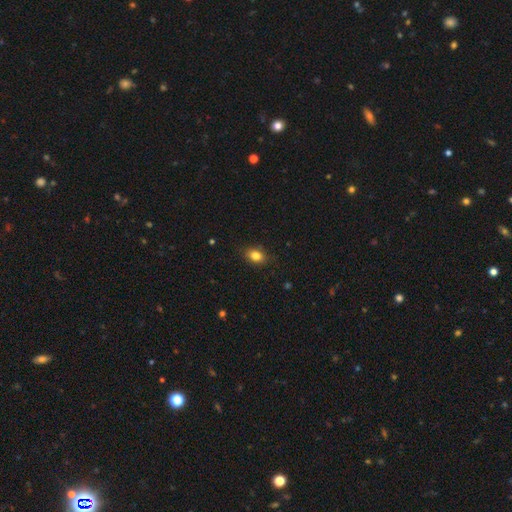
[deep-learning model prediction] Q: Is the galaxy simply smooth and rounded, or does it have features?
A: smooth — 83%.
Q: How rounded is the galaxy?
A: in between — 70%.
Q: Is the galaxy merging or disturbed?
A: none — 87%.